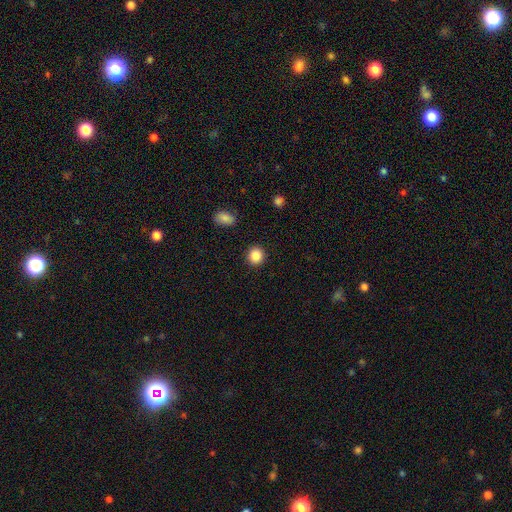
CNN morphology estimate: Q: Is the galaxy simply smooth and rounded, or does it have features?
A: smooth — 87%.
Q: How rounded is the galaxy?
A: round — 88%.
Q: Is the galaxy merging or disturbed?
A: none — 91%.